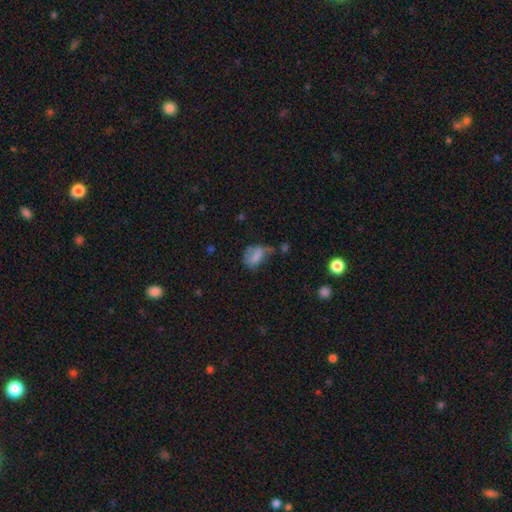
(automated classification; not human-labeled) Smooth or featured: smooth — 63% (featured or disk — 24%)
How rounded: in between — 79% (round — 16%)
Merging: major disturbance — 36% (minor disturbance — 29%)